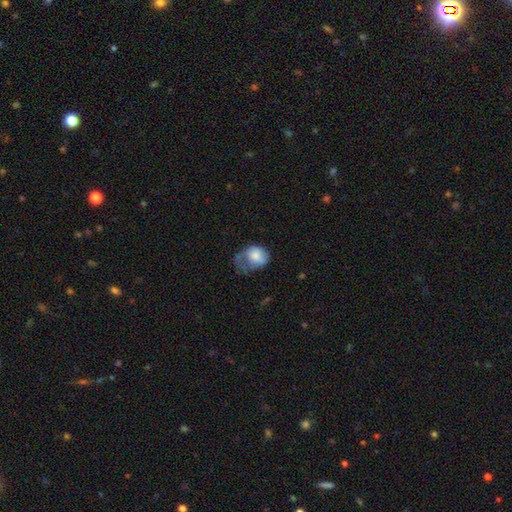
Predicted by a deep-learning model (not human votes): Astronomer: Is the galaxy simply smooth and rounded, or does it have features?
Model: smooth — 64%.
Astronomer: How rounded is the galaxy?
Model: in between — 55% (runner-up: round, 45%).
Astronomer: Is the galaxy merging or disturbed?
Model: major disturbance — 44% (runner-up: minor disturbance, 31%).